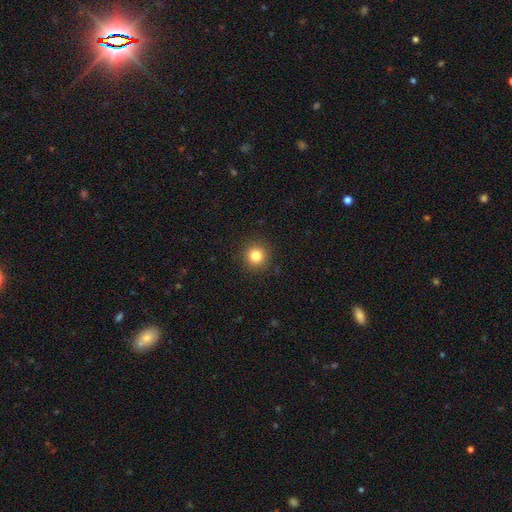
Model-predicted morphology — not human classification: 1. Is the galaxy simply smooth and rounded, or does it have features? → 82% smooth, 12% star or artifact, 5% featured or disk.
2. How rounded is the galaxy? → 94% round, 5% in between, 1% cigar-shaped.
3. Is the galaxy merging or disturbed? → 91% none, 6% minor disturbance, 2% major disturbance, 1% merger.